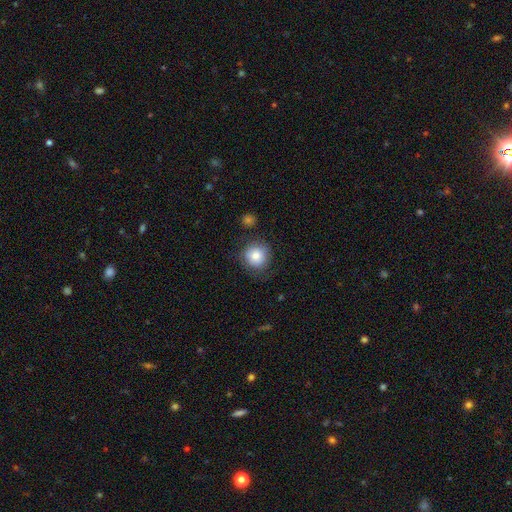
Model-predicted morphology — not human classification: Overall: smooth (80%). How rounded: round (91%). Merging: none (77%).